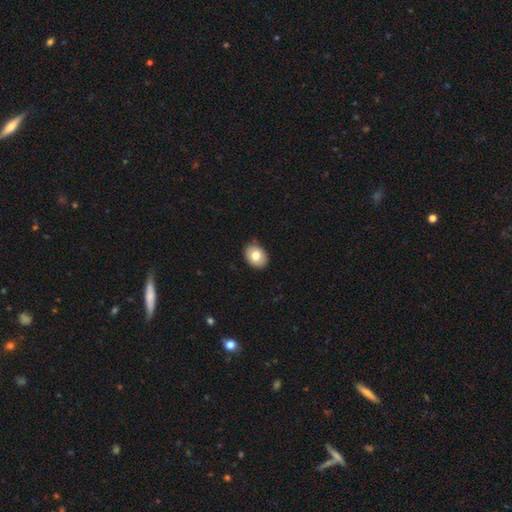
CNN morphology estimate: smooth-or-featured: smooth: 77% | featured or disk: 15% | star or artifact: 8%
  how-rounded: in between: 62% | round: 37% | cigar-shaped: 1%
  merging: none: 86% | minor disturbance: 11% | major disturbance: 2% | merger: 1%